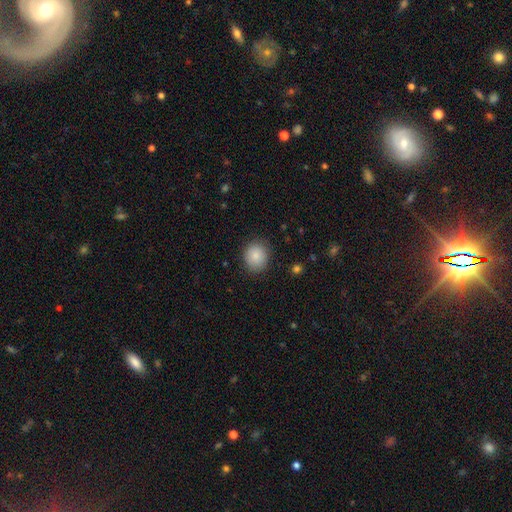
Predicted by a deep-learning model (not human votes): Smooth or featured?
  - smooth: 87% *
  - star or artifact: 8%
  - featured or disk: 5%
How rounded?
  - round: 76% *
  - in between: 23%
  - cigar-shaped: 1%
Merging?
  - none: 86% *
  - minor disturbance: 10%
  - major disturbance: 3%
  - merger: 1%